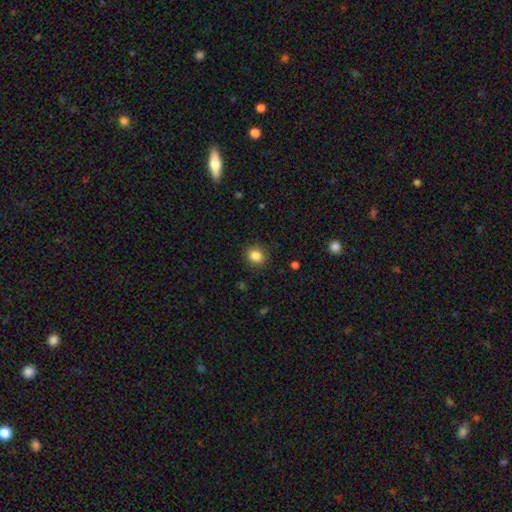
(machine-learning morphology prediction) Q: Smooth or featured?
A: smooth (85%); runner-up: star or artifact (11%)
Q: How rounded?
A: round (79%); runner-up: in between (20%)
Q: Merging?
A: none (88%); runner-up: minor disturbance (8%)